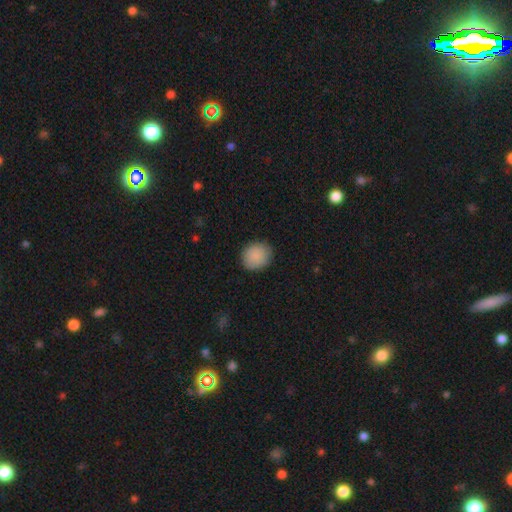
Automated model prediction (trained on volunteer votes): A smooth galaxy with no disk features (89%) that is round (68%). Merging: none (88%).